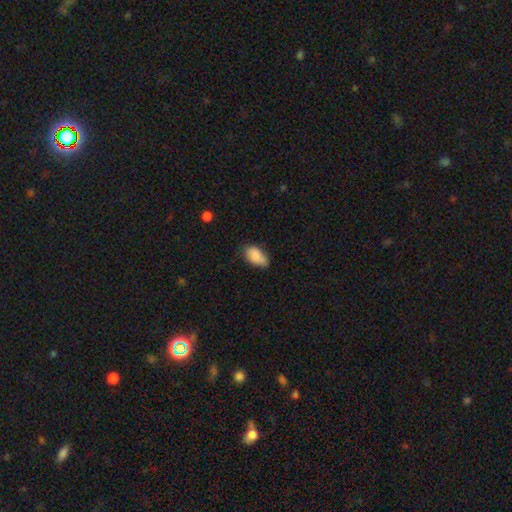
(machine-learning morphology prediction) This is clearly a smooth galaxy (86%). How rounded: clearly in between (93%). Merging: possibly none (57%).